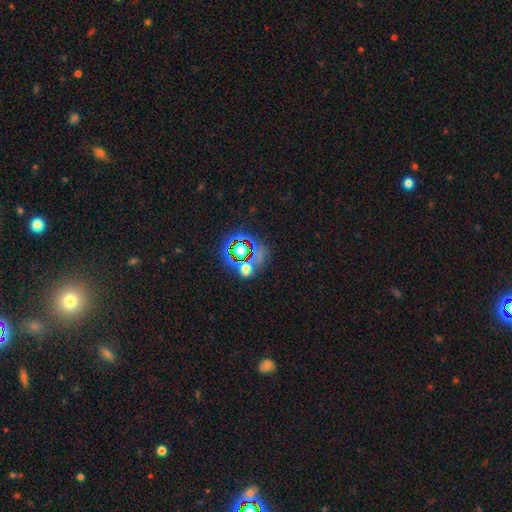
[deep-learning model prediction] smooth_or_featured: star or artifact (p=0.65) [alt: smooth p=0.23]